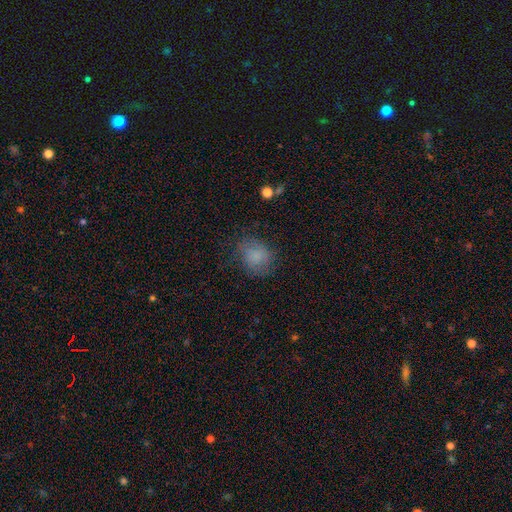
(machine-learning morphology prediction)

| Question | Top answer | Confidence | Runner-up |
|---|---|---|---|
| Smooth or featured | smooth | 78% | featured or disk (11%) |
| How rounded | round | 65% | in between (34%) |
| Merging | none | 67% | minor disturbance (21%) |